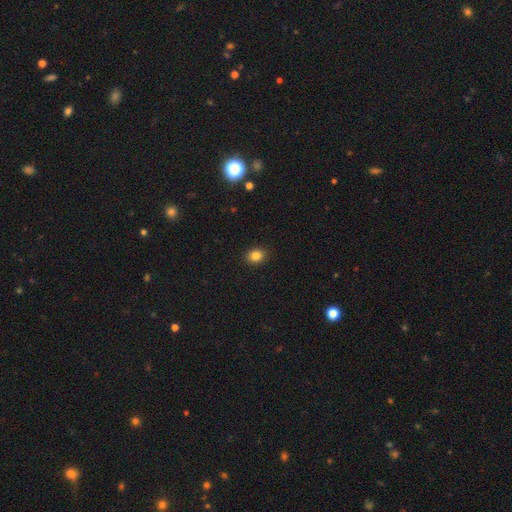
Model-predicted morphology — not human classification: smooth-or-featured: smooth: 84% | star or artifact: 11% | featured or disk: 5%
  how-rounded: round: 52% | in between: 47% | cigar-shaped: 1%
  merging: none: 91% | minor disturbance: 7% | major disturbance: 2% | merger: 1%